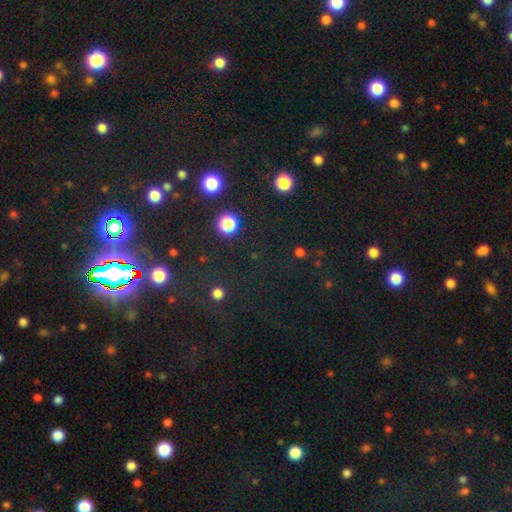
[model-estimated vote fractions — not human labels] This appears to be a star or artifact, not a galaxy (75%).